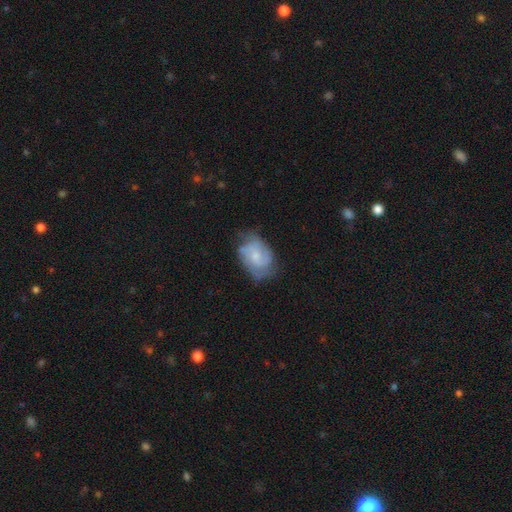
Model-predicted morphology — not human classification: Smooth or featured? featured or disk (60%)
Edge-on disk? no (97%)
Bar? no (60%)
Spiral arms? yes (84%)
Bulge size? small (49%)
Merging? none (57%)